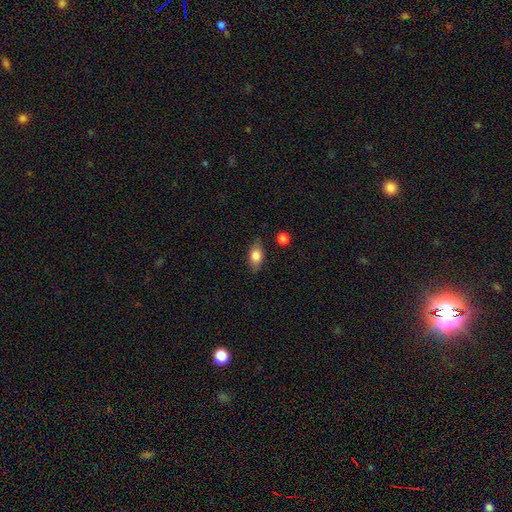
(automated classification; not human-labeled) Overall: smooth (74%). How rounded: in between (82%). Merging: none (79%).